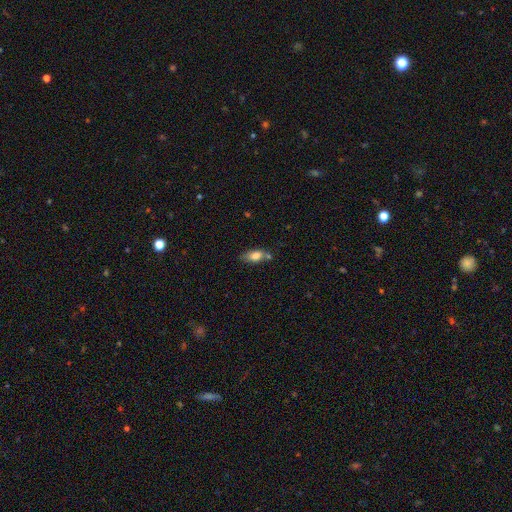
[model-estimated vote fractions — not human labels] Smooth or featured? smooth (79%)
How rounded? in between (84%)
Merging? none (56%)